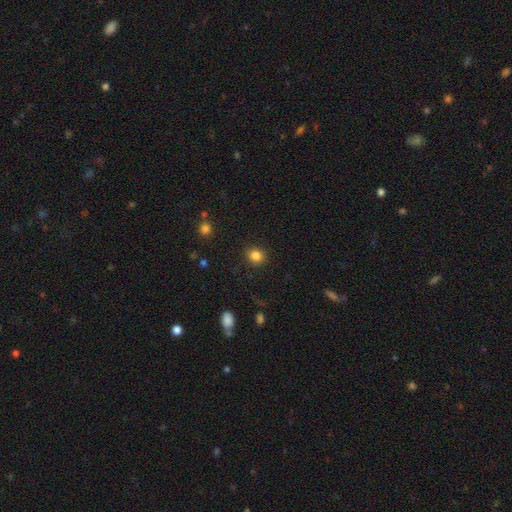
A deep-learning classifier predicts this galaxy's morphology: type=smooth (84%); roundness=round (79%); merging=none (90%).